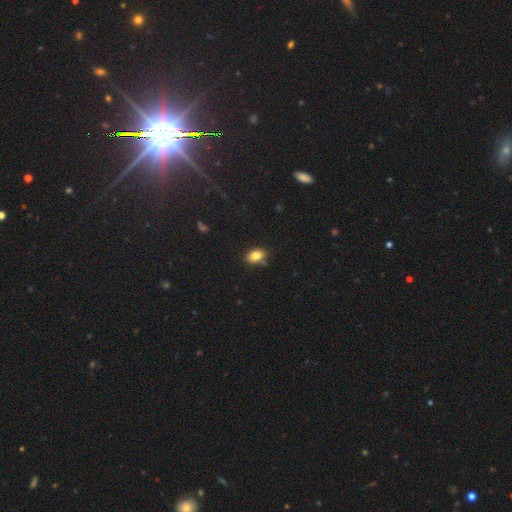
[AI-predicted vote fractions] Smooth or featured? Predicted: smooth (p=0.82). How rounded? Predicted: in between (p=0.79). Merging? Predicted: none (p=0.80).